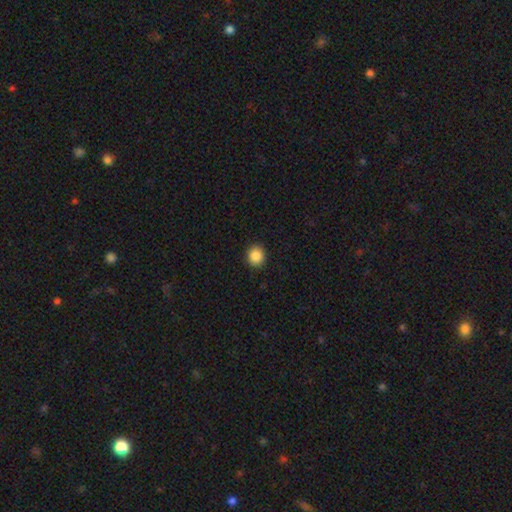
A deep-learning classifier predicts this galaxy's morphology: smooth 87%, star or artifact 9%, featured or disk 4%. Down the decision tree: how rounded — round (82%); merging — none (92%).